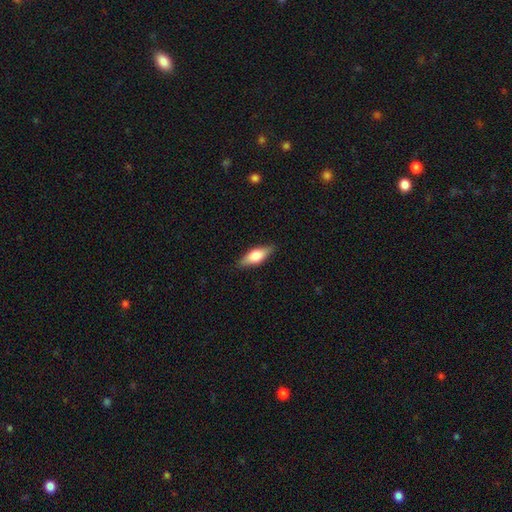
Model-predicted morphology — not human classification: Smooth or featured: smooth — 56% (featured or disk — 37%)
How rounded: in between — 65% (cigar-shaped — 31%)
Merging: none — 86% (minor disturbance — 11%)